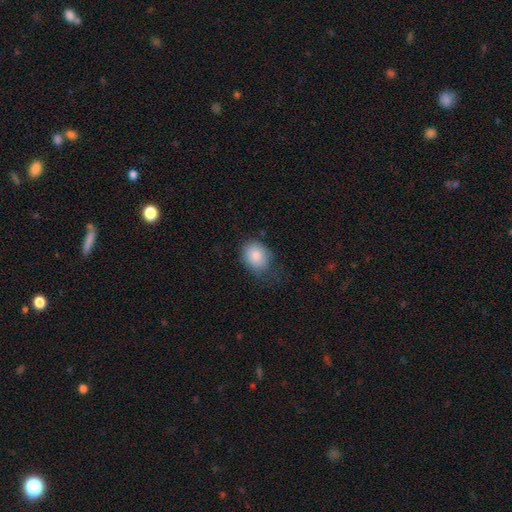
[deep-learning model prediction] A smooth galaxy with no disk features (84%) that is in between round and cigar-shaped (51%).

Vote fractions:
- Smooth or featured? smooth: 84% / star or artifact: 8% / featured or disk: 8%
- How rounded? in between: 51% / round: 48% / cigar-shaped: 1%
- Merging? none: 57% / minor disturbance: 30% / major disturbance: 11% / merger: 2%